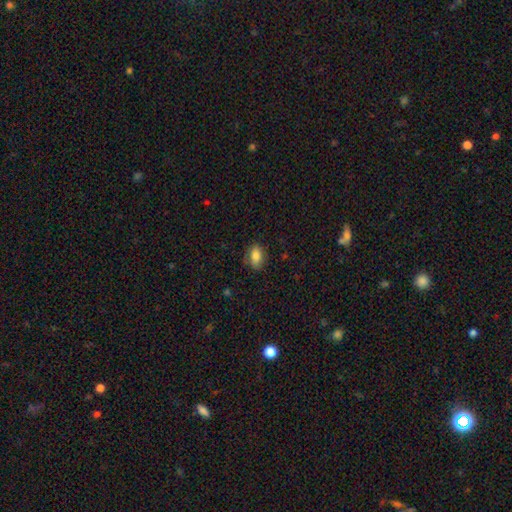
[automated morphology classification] Overall: smooth (83%). How rounded: in between (84%). Merging: none (80%).